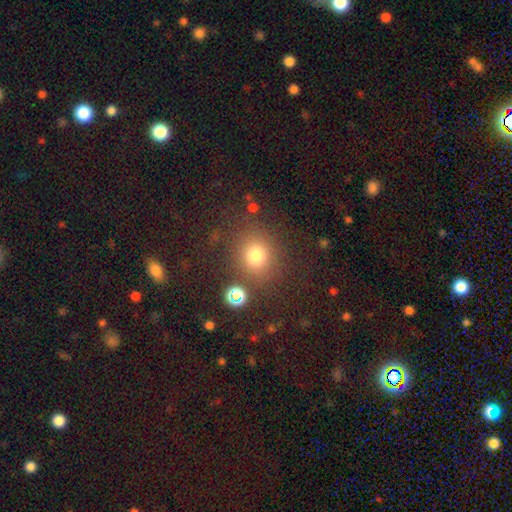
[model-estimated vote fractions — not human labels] smooth-or-featured: smooth: 75% | star or artifact: 18% | featured or disk: 7%
  how-rounded: round: 85% | in between: 14% | cigar-shaped: 1%
  merging: none: 79% | minor disturbance: 10% | major disturbance: 6% | merger: 5%